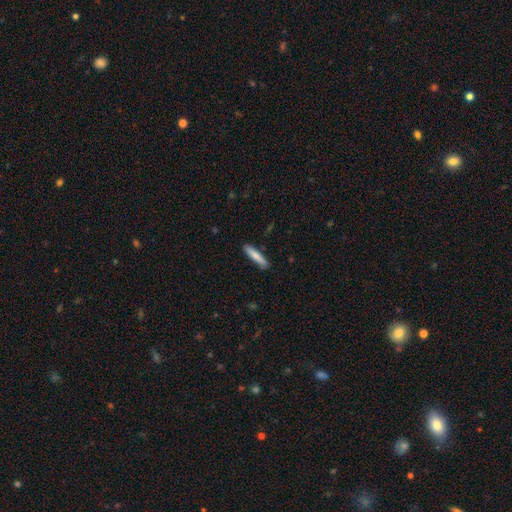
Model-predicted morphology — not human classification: Smooth or featured: smooth — 80% (featured or disk — 15%)
How rounded: cigar-shaped — 88% (in between — 11%)
Merging: none — 87% (minor disturbance — 10%)